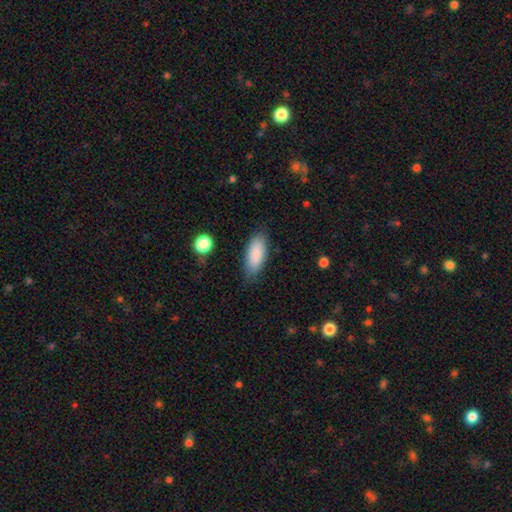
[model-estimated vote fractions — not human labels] Smooth or featured?
  - smooth: 87% *
  - featured or disk: 7%
  - star or artifact: 6%
How rounded?
  - in between: 82% *
  - cigar-shaped: 16%
  - round: 2%
Merging?
  - none: 82% *
  - minor disturbance: 13%
  - major disturbance: 3%
  - merger: 2%